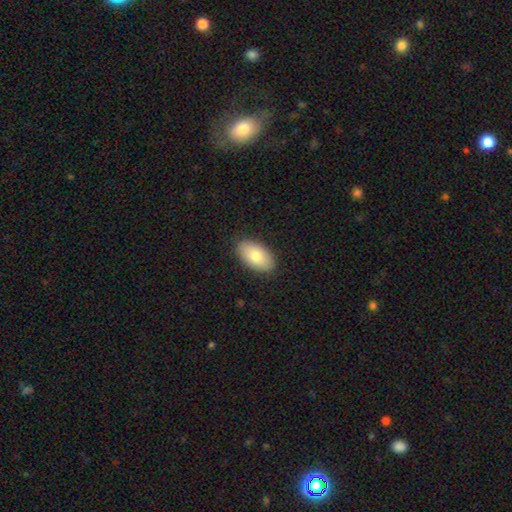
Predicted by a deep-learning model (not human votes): Morphology: type=smooth (77%); roundness=in between (94%); merging=none (88%).